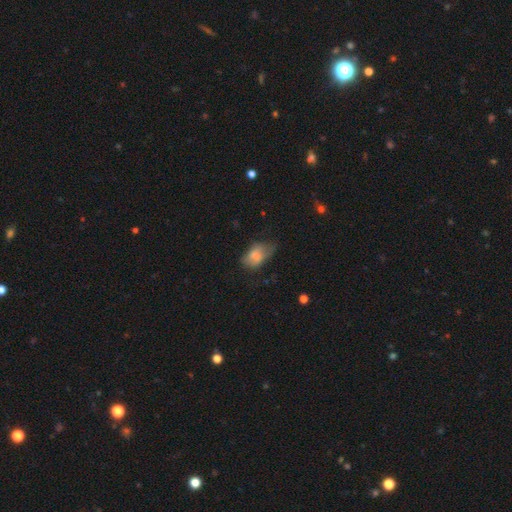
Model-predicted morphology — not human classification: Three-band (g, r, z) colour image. It shows a smooth galaxy with no disk features (71%) that is in between round and cigar-shaped (88%). Merging: minor disturbance (36%).